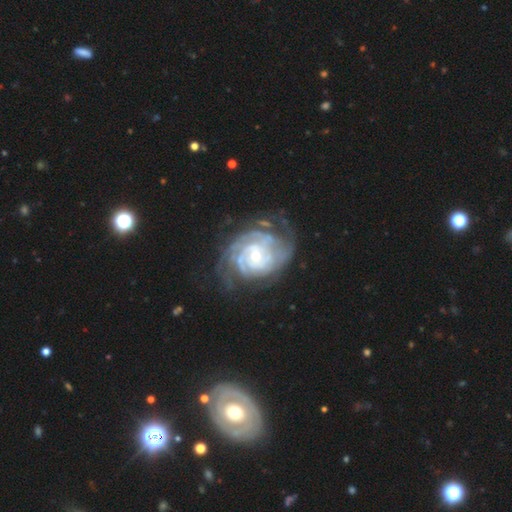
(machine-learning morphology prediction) smooth_or_featured: featured or disk (p=0.90) [alt: smooth p=0.05]
disk_edge_on: no (p=0.97) [alt: yes p=0.03]
bar: no (p=0.71) [alt: weak p=0.22]
has_spiral_arms: yes (p=0.97) [alt: no p=0.03]
spiral_winding: tight (p=0.74) [alt: medium p=0.21]
spiral_arm_count: can't tell (p=0.31) [alt: 3 p=0.18]
bulge_size: small (p=0.55) [alt: moderate p=0.40]
merging: none (p=0.63) [alt: minor disturbance p=0.20]